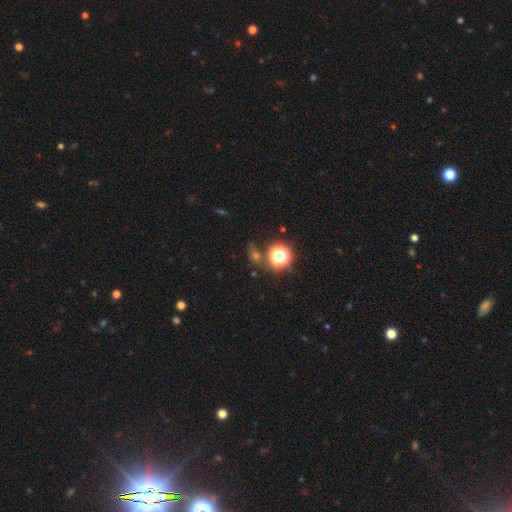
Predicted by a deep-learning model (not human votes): smooth-or-featured: star or artifact: 55% | smooth: 36% | featured or disk: 9%